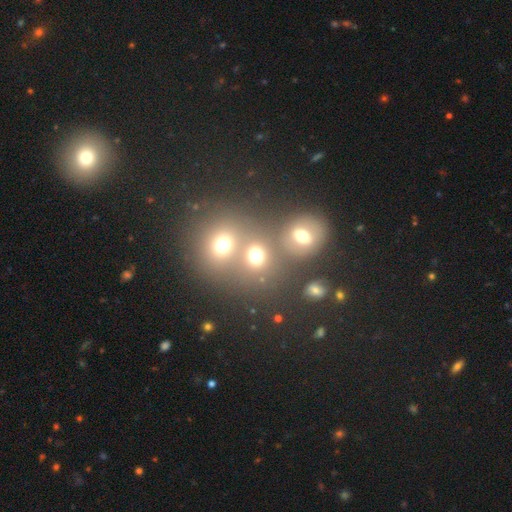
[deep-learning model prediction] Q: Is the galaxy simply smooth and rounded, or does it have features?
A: smooth — 72%.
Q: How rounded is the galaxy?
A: round — 76%.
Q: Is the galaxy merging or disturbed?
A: merger — 49%.